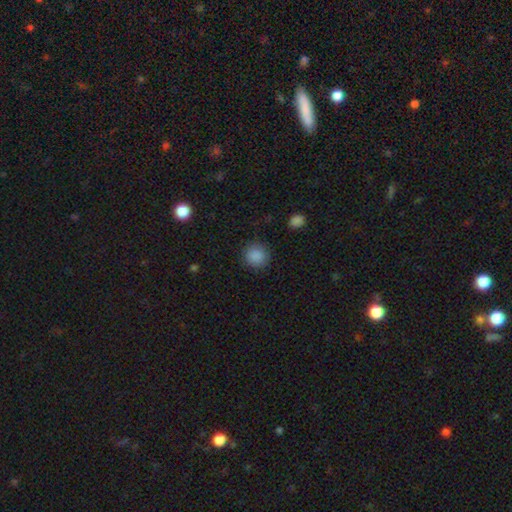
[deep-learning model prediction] A smooth galaxy with no disk features (88%) that is round (93%).

Vote fractions:
- Smooth or featured? smooth: 88% / star or artifact: 10% / featured or disk: 3%
- How rounded? round: 93% / in between: 6% / cigar-shaped: 1%
- Merging? none: 89% / minor disturbance: 7% / major disturbance: 2% / merger: 1%